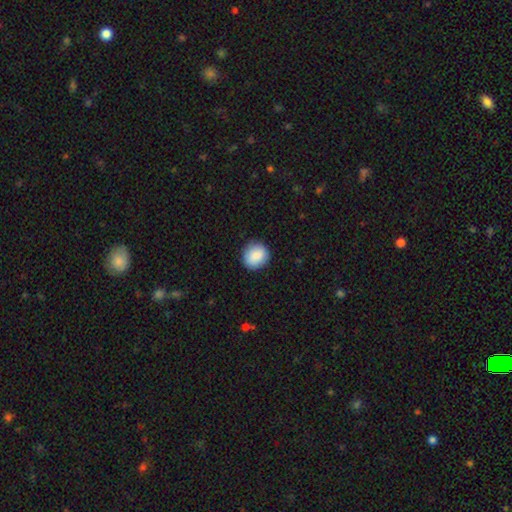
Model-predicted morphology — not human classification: A smooth galaxy with no disk features (88%) that is round (84%). Merging: none (86%).